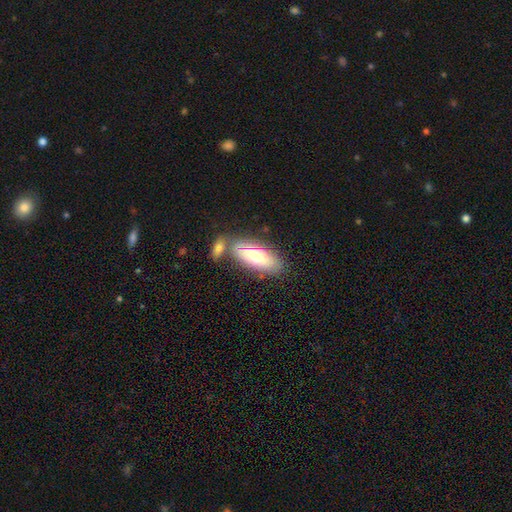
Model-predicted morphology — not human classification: This appears to be a smooth galaxy with no disk features (63%) that is in between round and cigar-shaped (82%). Merging: none (63%).